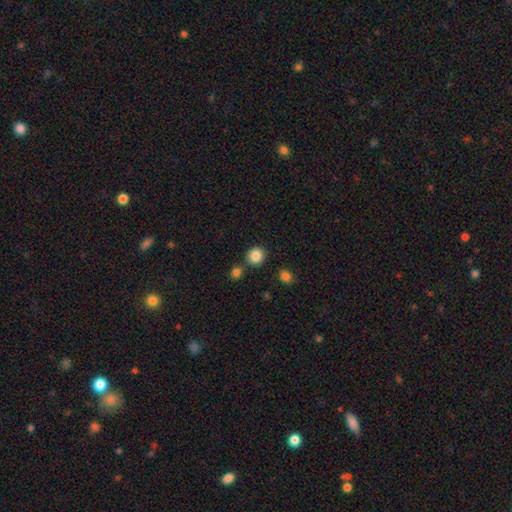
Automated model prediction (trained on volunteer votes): Smooth or featured? Predicted: smooth (p=0.86). How rounded? Predicted: round (p=0.87). Merging? Predicted: none (p=0.80).